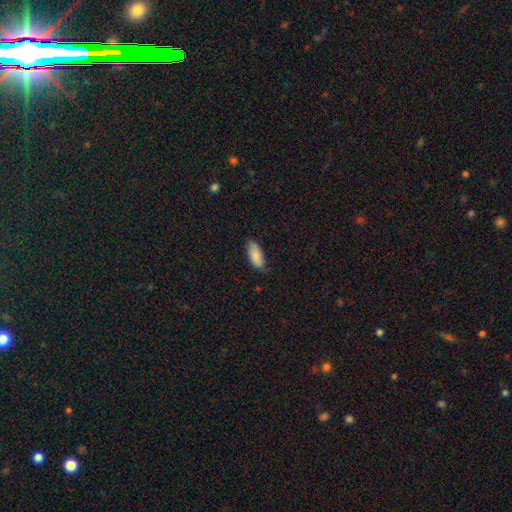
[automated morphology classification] This appears to be a smooth galaxy with no disk features (85%) that is in between round and cigar-shaped (86%). Merging: none (76%).